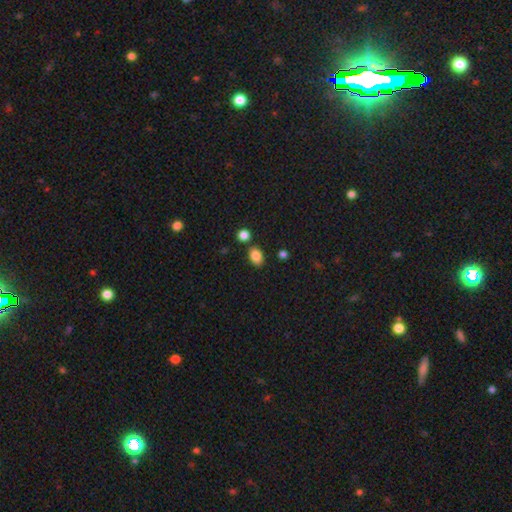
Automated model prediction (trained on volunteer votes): smooth-or-featured: smooth: 85% | star or artifact: 10% | featured or disk: 5%
  how-rounded: in between: 81% | round: 18% | cigar-shaped: 1%
  merging: none: 77% | minor disturbance: 12% | merger: 8% | major disturbance: 3%